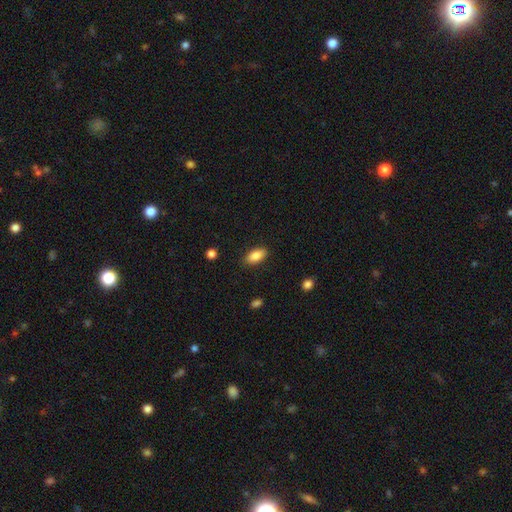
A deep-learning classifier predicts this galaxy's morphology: Q: Smooth or featured?
A: smooth (87%); runner-up: star or artifact (7%)
Q: How rounded?
A: in between (90%); runner-up: cigar-shaped (6%)
Q: Merging?
A: none (87%); runner-up: minor disturbance (9%)